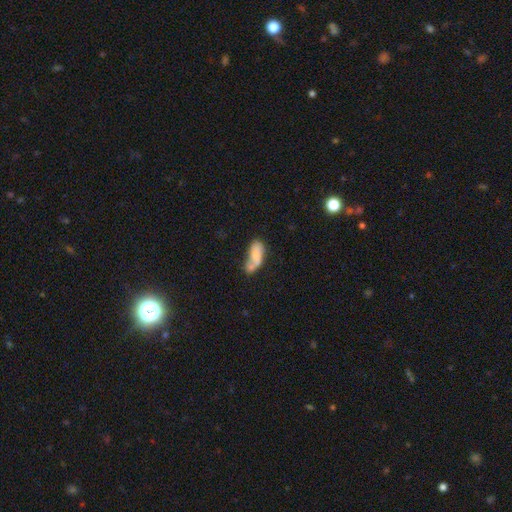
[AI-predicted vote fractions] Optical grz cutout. It shows a smooth galaxy with no disk features (72%) that is in between round and cigar-shaped (82%). Merging: merger (42%).